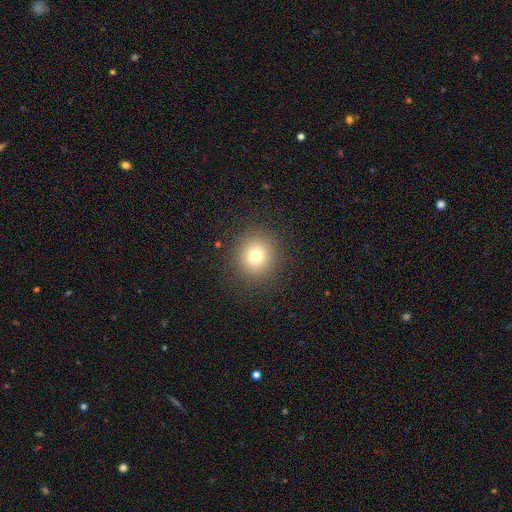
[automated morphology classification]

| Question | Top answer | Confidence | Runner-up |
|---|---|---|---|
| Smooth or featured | smooth | 76% | star or artifact (14%) |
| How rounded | round | 91% | in between (8%) |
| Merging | none | 90% | minor disturbance (6%) |